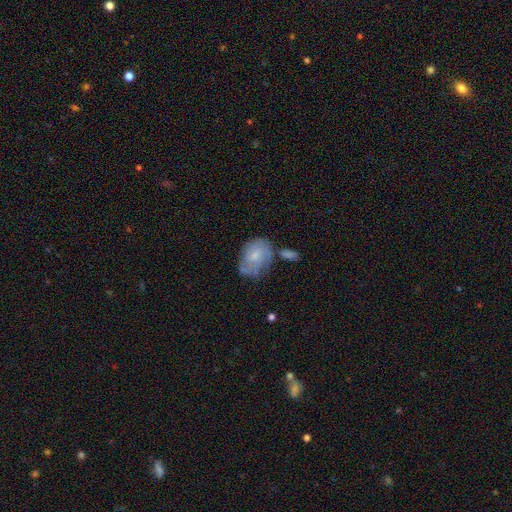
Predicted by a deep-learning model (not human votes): This is possibly a featured or disk galaxy (51%). It is clearly not viewed edge-on (97%). Merging: possibly none (48%).